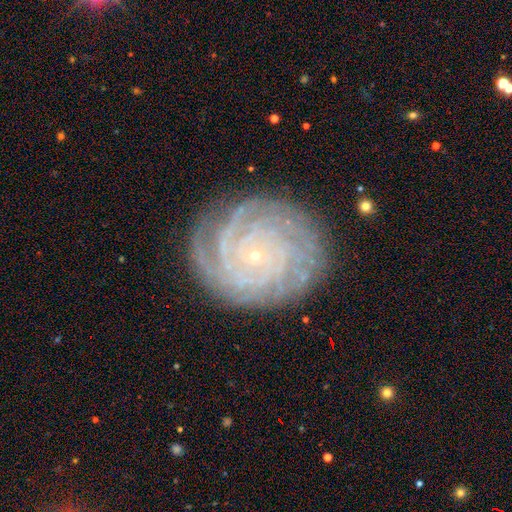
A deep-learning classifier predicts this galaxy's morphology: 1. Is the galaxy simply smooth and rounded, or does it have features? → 87% featured or disk, 7% star or artifact, 6% smooth.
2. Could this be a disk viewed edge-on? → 97% no, 3% yes.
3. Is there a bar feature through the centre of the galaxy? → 82% no, 12% weak, 6% strong.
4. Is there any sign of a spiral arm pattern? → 98% yes, 2% no.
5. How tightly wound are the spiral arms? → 87% tight, 11% medium, 2% loose.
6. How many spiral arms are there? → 27% 4, 23% more than 4, 17% can't tell, 15% 3, 10% 2, 8% 1.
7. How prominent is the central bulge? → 91% small, 6% moderate, 2% none, 1% large, 1% dominant.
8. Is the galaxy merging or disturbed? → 82% none, 13% minor disturbance, 4% major disturbance, 1% merger.